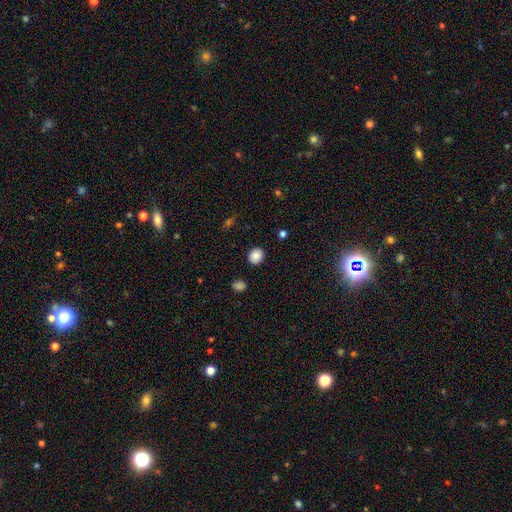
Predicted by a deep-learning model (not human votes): The model was most divided on "how rounded": round: 72%, in between: 27%, cigar-shaped: 1%. More confident: merging — none (90%); smooth or featured — smooth (87%).